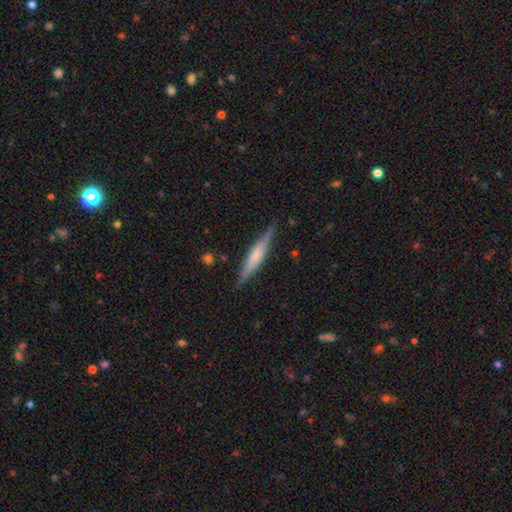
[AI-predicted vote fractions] Smooth or featured? featured or disk (53%)
Edge-on disk? yes (97%)
Edge-on bulge? rounded (40%)
Merging? none (88%)